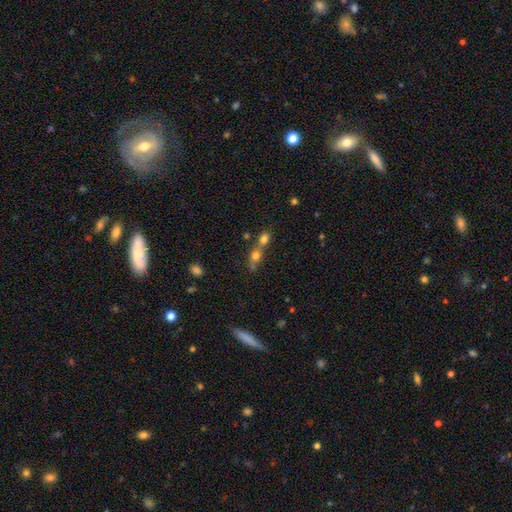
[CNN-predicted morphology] A smooth galaxy with no disk features (70%) that is round (56%). Merging: merger (61%).